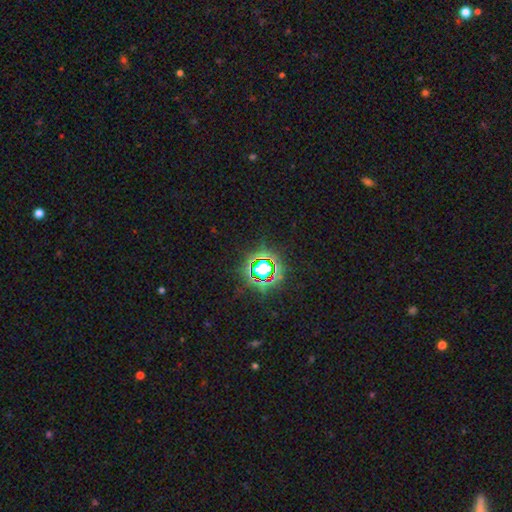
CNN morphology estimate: Smooth or featured: star or artifact — 76% (smooth — 15%)